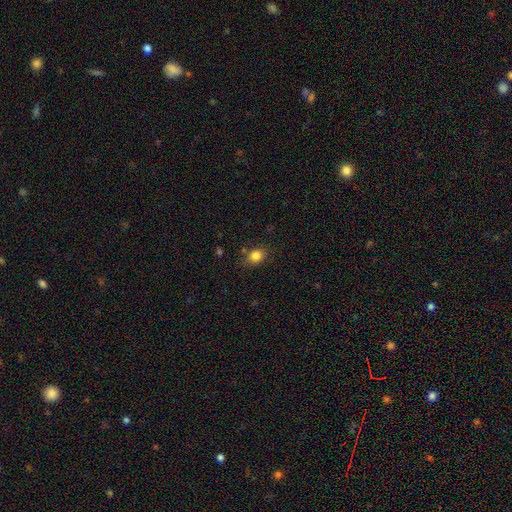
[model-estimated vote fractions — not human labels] Morphology: type=smooth (83%); roundness=in between (53%); merging=none (78%).